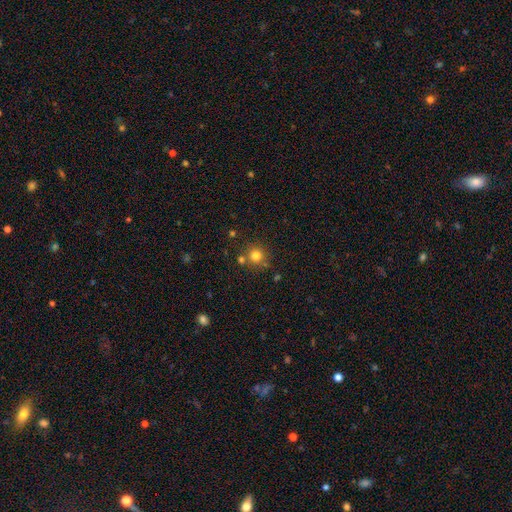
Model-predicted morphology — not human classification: A smooth galaxy with no disk features (78%) that is round (93%).

Vote fractions:
- Smooth or featured? smooth: 78% / star or artifact: 14% / featured or disk: 7%
- How rounded? round: 93% / in between: 6% / cigar-shaped: 1%
- Merging? none: 75% / merger: 14% / minor disturbance: 9% / major disturbance: 3%